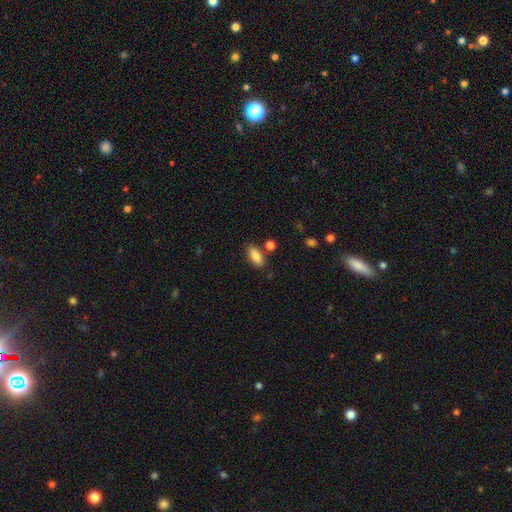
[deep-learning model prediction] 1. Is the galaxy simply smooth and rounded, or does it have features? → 86% smooth, 7% star or artifact, 7% featured or disk.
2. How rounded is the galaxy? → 83% in between, 13% cigar-shaped, 3% round.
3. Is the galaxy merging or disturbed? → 78% none, 12% minor disturbance, 7% merger, 3% major disturbance.